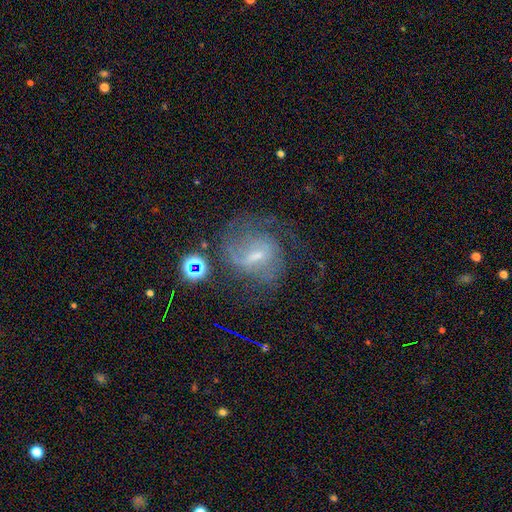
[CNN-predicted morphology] This is likely a featured or disk galaxy (73%). It is clearly not viewed edge-on (96%). Bar: possibly weak (56%). Spiral arm pattern: clearly yes (88%). Spiral arm count: marginally 2 (40%). Spiral winding: possibly medium (46%). Central bulge: possibly small (55%). Merging: possibly none (52%).